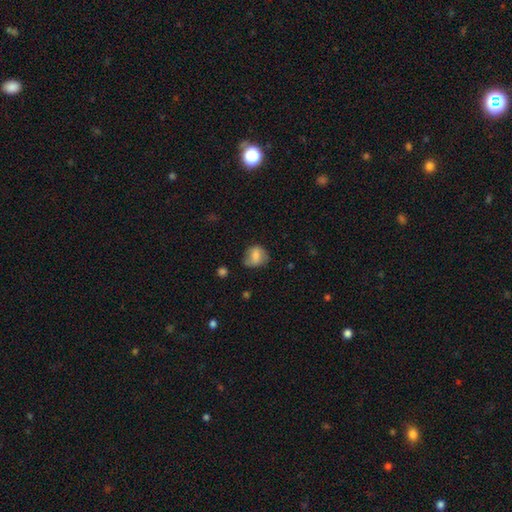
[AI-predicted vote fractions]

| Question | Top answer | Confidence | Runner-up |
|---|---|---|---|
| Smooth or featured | smooth | 72% | featured or disk (19%) |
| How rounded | round | 55% | in between (44%) |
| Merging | none | 61% | minor disturbance (27%) |